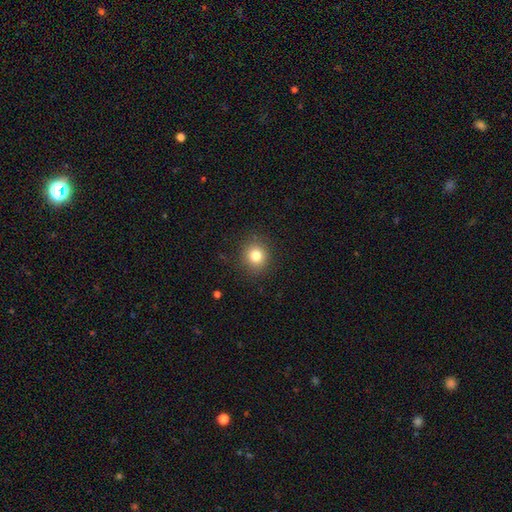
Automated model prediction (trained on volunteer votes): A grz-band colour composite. It shows a smooth galaxy with no disk features (80%) that is round (88%). Merging: none (89%).